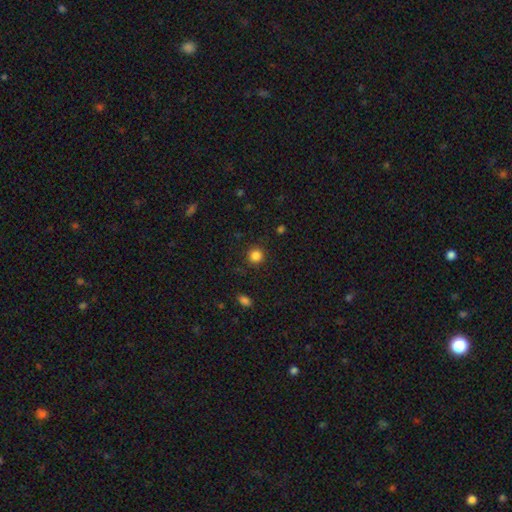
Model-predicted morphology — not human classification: The model was most divided on "smooth or featured": smooth: 85%, star or artifact: 12%, featured or disk: 4%. More confident: how rounded — round (92%); merging — none (89%).